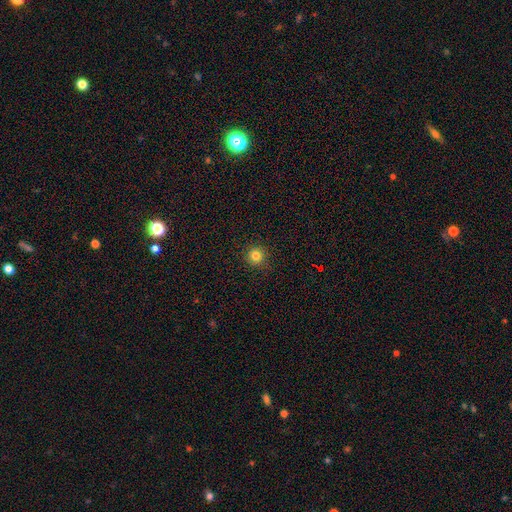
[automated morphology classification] smooth_or_featured: smooth (p=0.82) [alt: star or artifact p=0.13]
how_rounded: round (p=0.95) [alt: in between p=0.04]
merging: none (p=0.92) [alt: minor disturbance p=0.06]